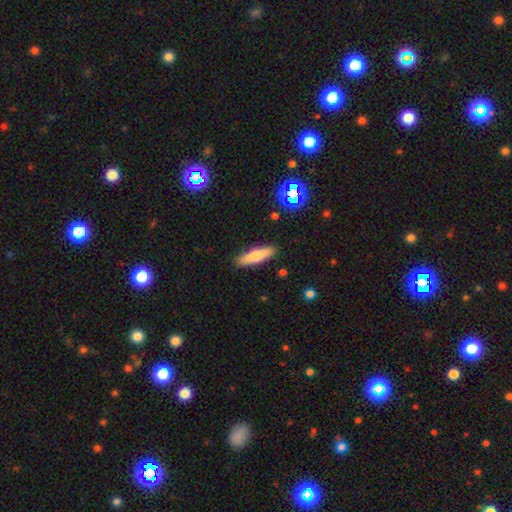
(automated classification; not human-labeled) A smooth galaxy with no disk features (63%) that is cigar-shaped (63%). Merging: none (88%).